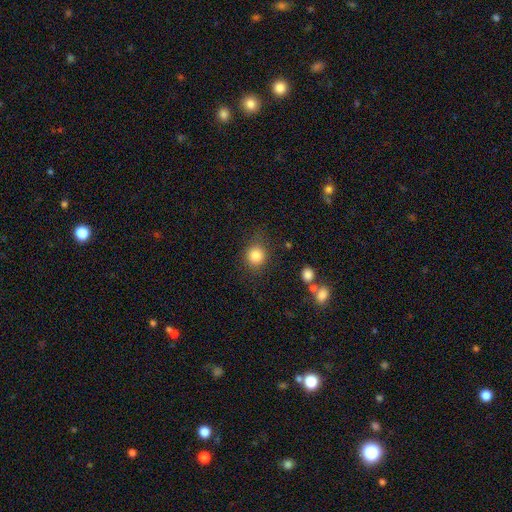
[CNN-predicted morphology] Overall: smooth (83%). How rounded: round (83%). Merging: none (81%).